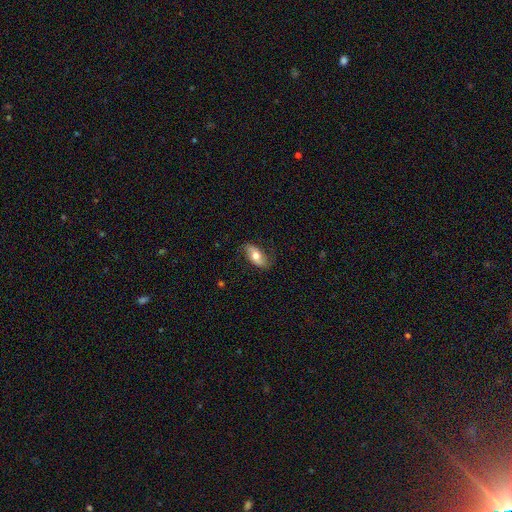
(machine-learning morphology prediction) smooth_or_featured: smooth (p=0.57) [alt: featured or disk p=0.36]
how_rounded: in between (p=0.87) [alt: cigar-shaped p=0.09]
merging: none (p=0.75) [alt: minor disturbance p=0.19]